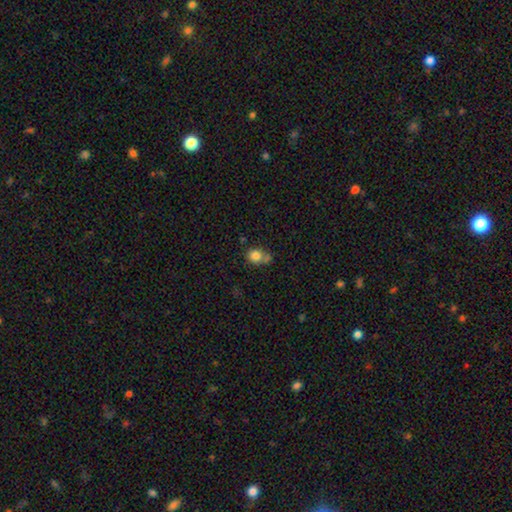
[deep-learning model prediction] A smooth galaxy with no disk features (82%) that is round (71%).

Vote fractions:
- Smooth or featured? smooth: 82% / star or artifact: 10% / featured or disk: 8%
- How rounded? round: 71% / in between: 28% / cigar-shaped: 1%
- Merging? none: 49% / merger: 27% / minor disturbance: 18% / major disturbance: 7%